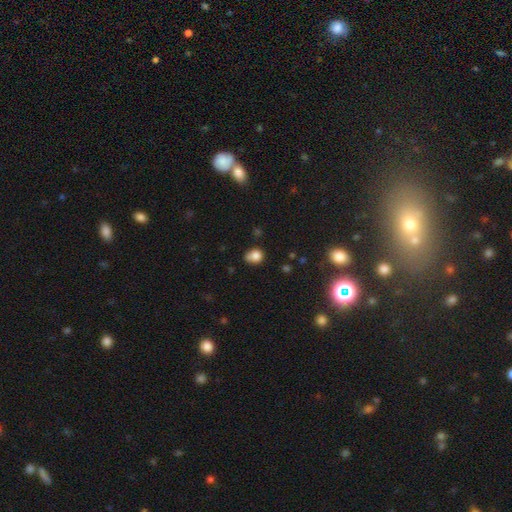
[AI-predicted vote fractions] smooth_or_featured: smooth (p=0.80) [alt: star or artifact p=0.12]
how_rounded: round (p=0.61) [alt: in between p=0.38]
merging: none (p=0.54) [alt: minor disturbance p=0.31]